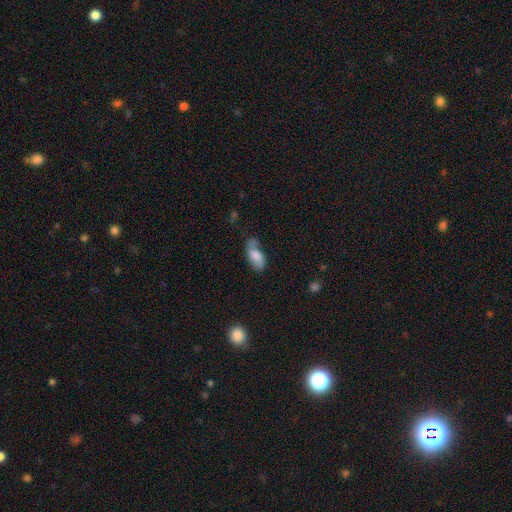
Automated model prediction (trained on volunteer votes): This appears to be a smooth galaxy with no disk features (64%) that is in between round and cigar-shaped (89%). Merging: none (51%).